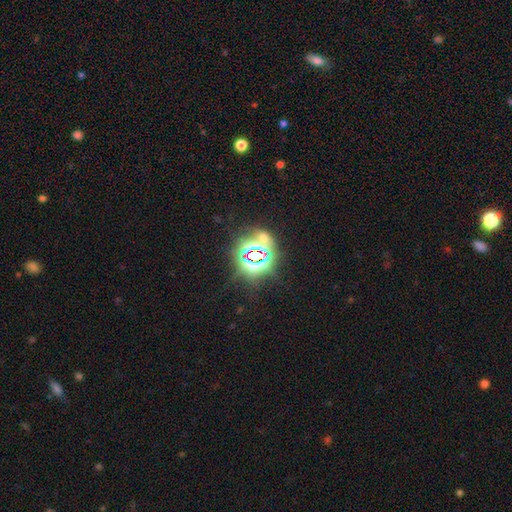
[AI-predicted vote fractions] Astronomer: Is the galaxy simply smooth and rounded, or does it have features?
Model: star or artifact — 75%.